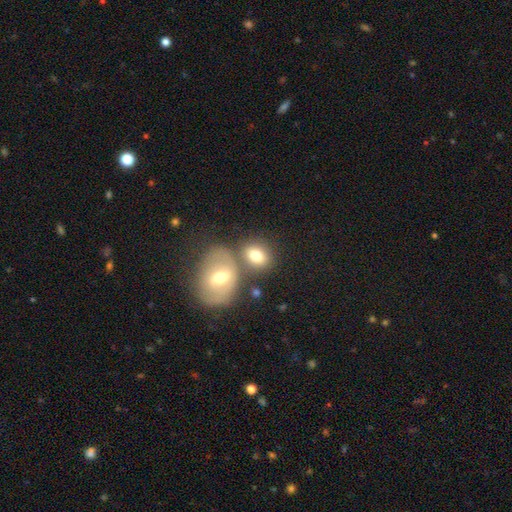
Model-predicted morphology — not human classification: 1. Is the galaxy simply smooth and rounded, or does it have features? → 73% smooth, 18% featured or disk, 8% star or artifact.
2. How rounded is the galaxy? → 58% in between, 40% round, 2% cigar-shaped.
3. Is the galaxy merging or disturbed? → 50% none, 33% merger, 12% minor disturbance, 5% major disturbance.